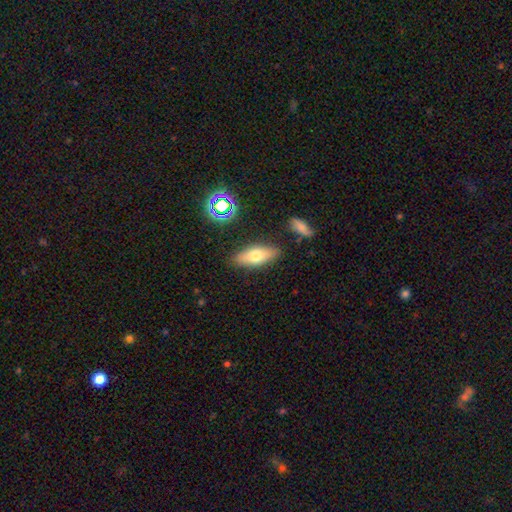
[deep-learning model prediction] Q: Smooth or featured?
A: smooth (66%); runner-up: featured or disk (25%)
Q: How rounded?
A: in between (69%); runner-up: cigar-shaped (27%)
Q: Merging?
A: none (84%); runner-up: minor disturbance (11%)